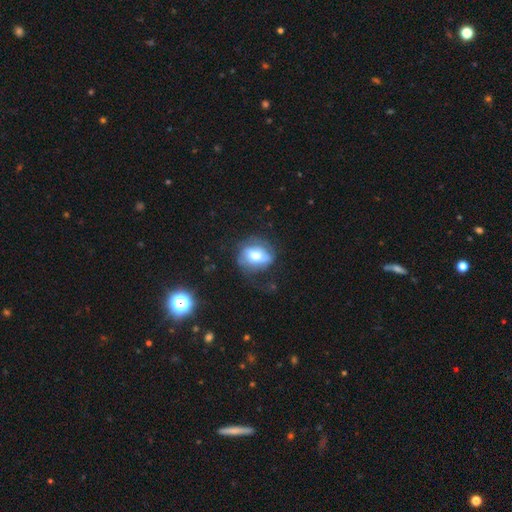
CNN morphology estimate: Overall: featured or disk (51%; smooth 41%). Edge-on disk: no (94%). Merging: none (54%; minor disturbance 24%).